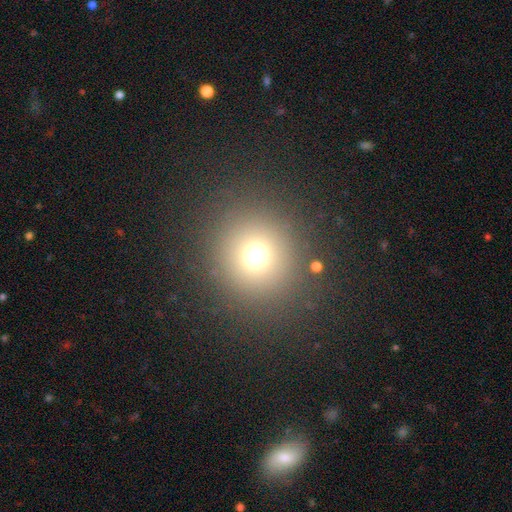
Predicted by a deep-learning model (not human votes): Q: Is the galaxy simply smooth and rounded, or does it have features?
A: smooth — 71%.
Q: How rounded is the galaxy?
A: round — 91%.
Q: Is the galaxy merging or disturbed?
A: none — 88%.